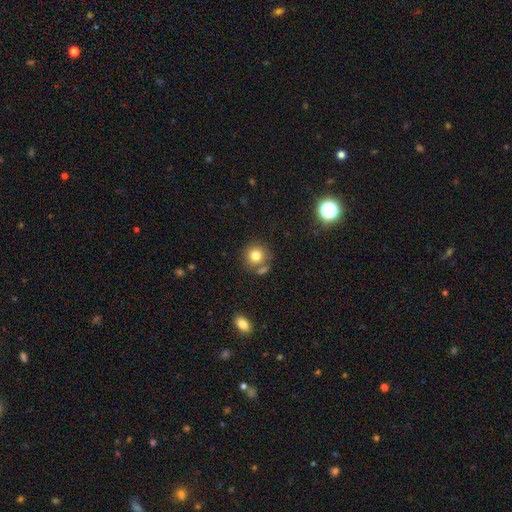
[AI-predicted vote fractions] Overall: smooth (81%). How rounded: round (89%). Merging: none (67%).